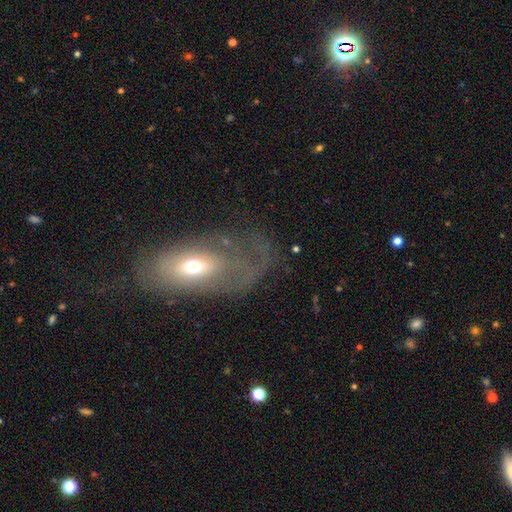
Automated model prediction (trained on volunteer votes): smooth_or_featured: featured or disk (p=0.55) [alt: smooth p=0.32]
disk_edge_on: no (p=0.86) [alt: yes p=0.14]
merging: none (p=0.47) [alt: major disturbance p=0.28]